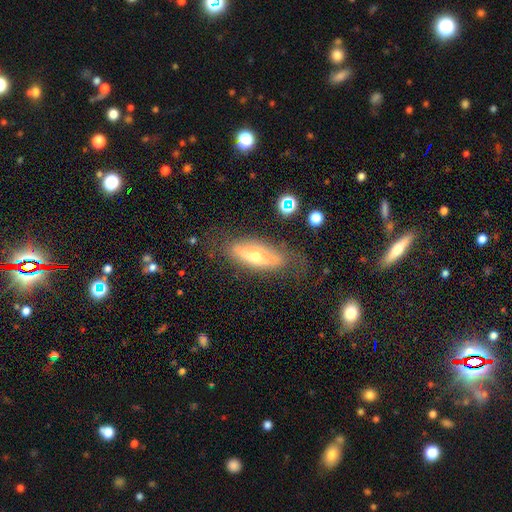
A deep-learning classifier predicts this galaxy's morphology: Smooth or featured? featured or disk (54%)
Edge-on disk? no (60%)
Merging? none (60%)